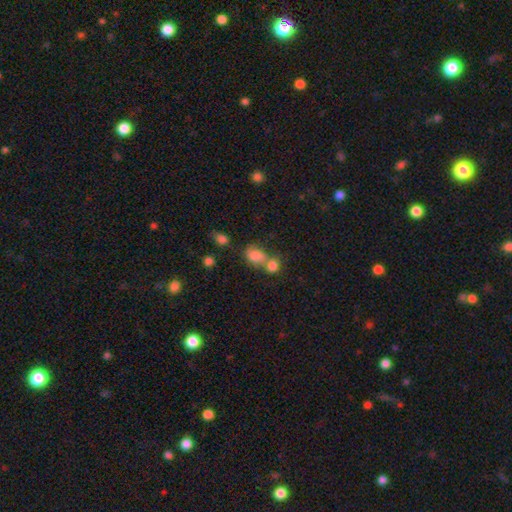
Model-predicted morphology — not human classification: The model was most divided on "merging": merger: 46%, none: 34%, minor disturbance: 13%, major disturbance: 7%. More confident: smooth or featured — smooth (76%); how rounded — in between (67%).